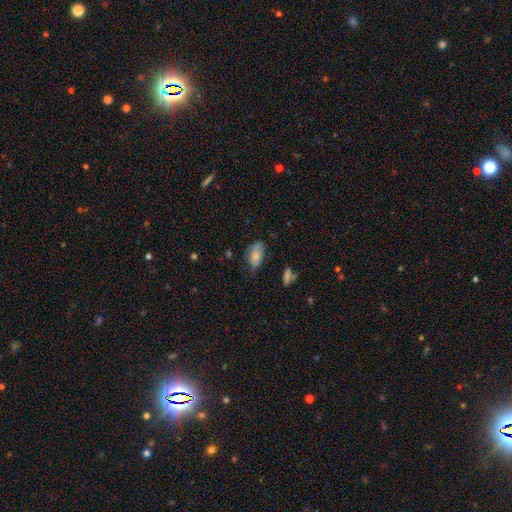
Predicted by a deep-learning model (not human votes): Overall: smooth (72%). How rounded: in between (91%). Merging: none (52%; minor disturbance 34%).